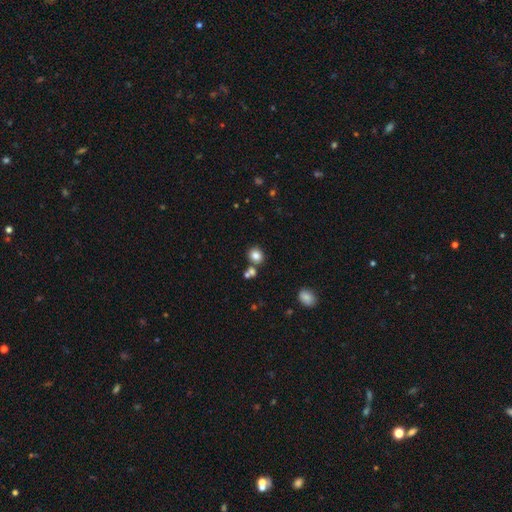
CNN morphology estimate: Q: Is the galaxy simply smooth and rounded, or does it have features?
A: smooth — 83%.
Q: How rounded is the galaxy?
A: round — 74%.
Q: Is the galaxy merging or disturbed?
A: none — 72%.